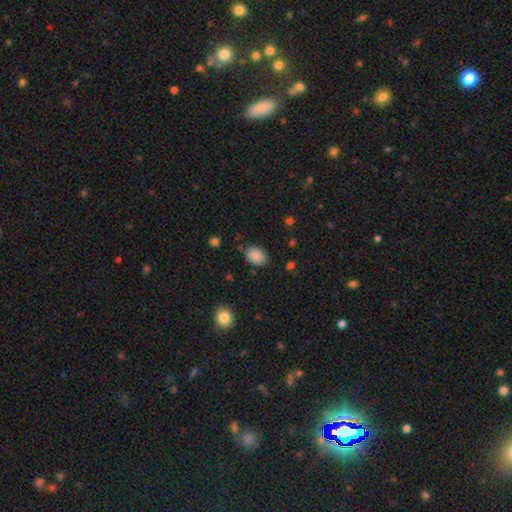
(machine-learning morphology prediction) This appears to be a smooth galaxy with no disk features (87%) that is in between round and cigar-shaped (65%). Merging: none (83%).